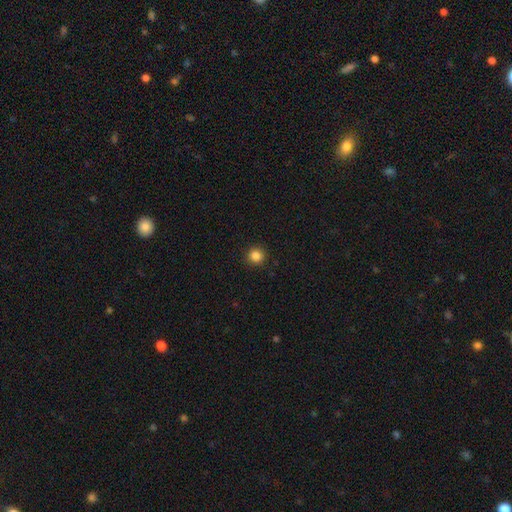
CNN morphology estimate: Q: Smooth or featured?
A: smooth (85%); runner-up: star or artifact (12%)
Q: How rounded?
A: round (92%); runner-up: in between (7%)
Q: Merging?
A: none (91%); runner-up: minor disturbance (6%)